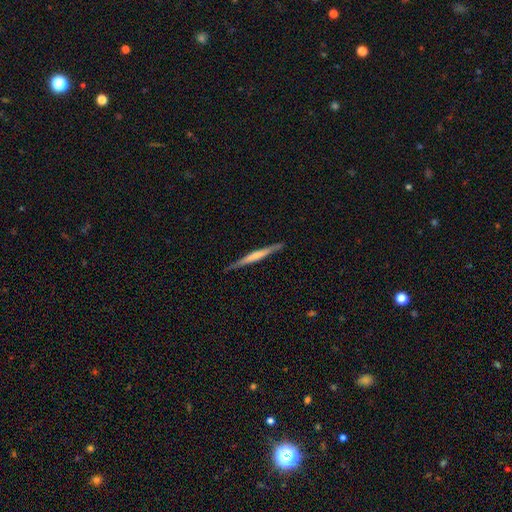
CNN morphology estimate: The model was most divided on "smooth or featured": featured or disk: 52%, smooth: 43%, star or artifact: 5%. More confident: edge-on disk — yes (97%); merging — none (87%); edge-on bulge — none (62%).